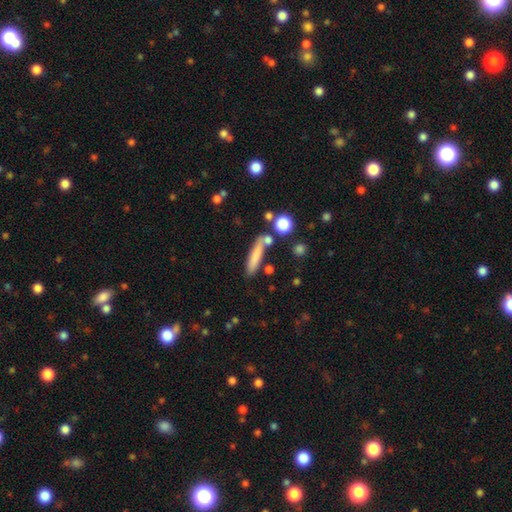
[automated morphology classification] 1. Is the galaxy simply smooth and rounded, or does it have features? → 76% smooth, 16% featured or disk, 8% star or artifact.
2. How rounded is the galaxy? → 83% cigar-shaped, 14% in between, 3% round.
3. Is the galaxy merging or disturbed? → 71% none, 14% minor disturbance, 11% merger, 4% major disturbance.